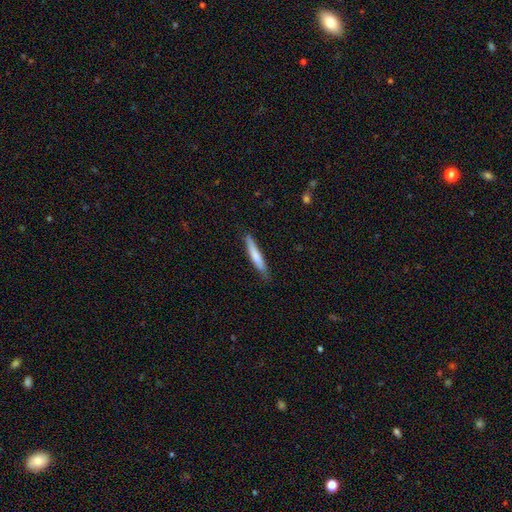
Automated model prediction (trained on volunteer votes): Smooth or featured? Predicted: smooth (p=0.73). How rounded? Predicted: cigar-shaped (p=0.93). Merging? Predicted: none (p=0.82).